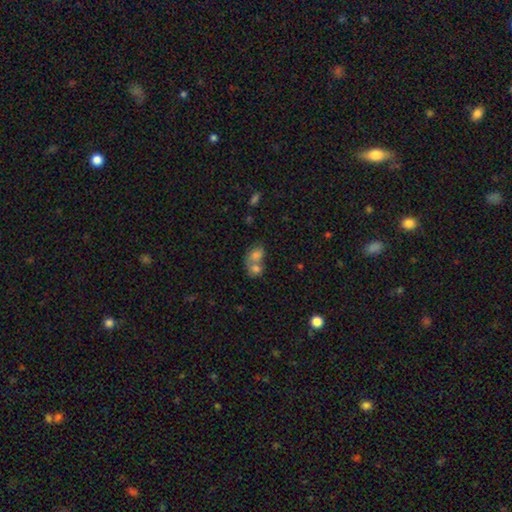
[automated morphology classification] Smooth or featured? Predicted: smooth (p=0.71). How rounded? Predicted: in between (p=0.61). Merging? Predicted: merger (p=0.66).